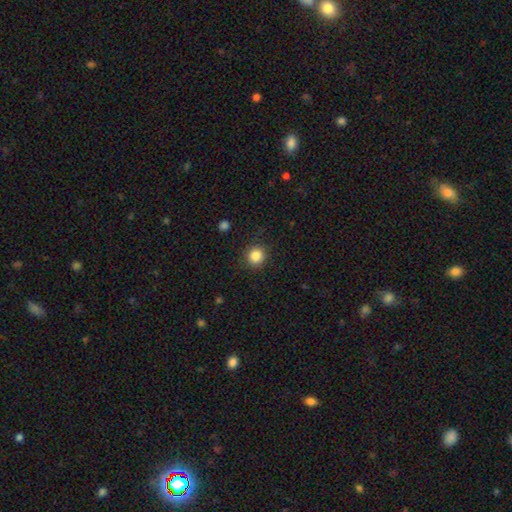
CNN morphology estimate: Overall: smooth (85%). How rounded: round (93%). Merging: none (90%).